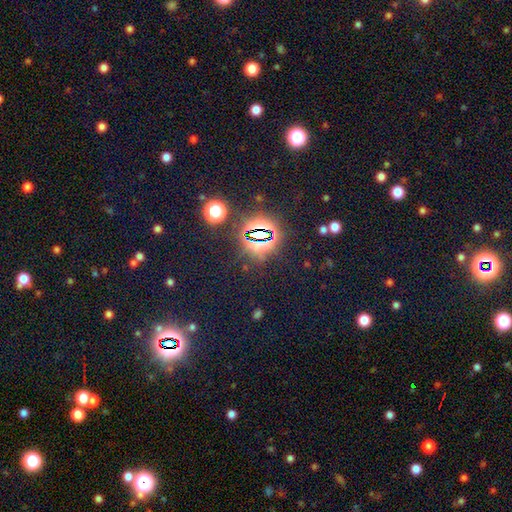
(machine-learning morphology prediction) Overall: star or artifact (82%).